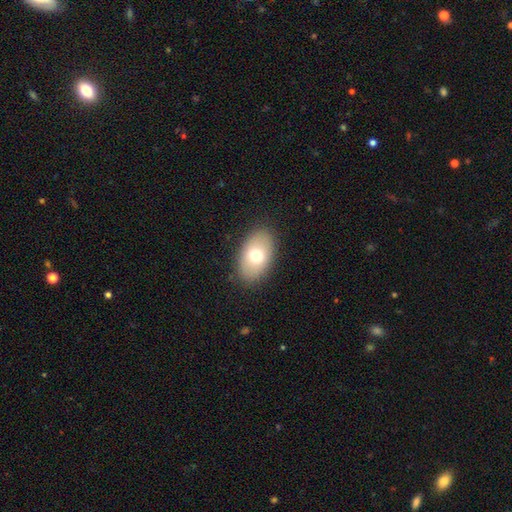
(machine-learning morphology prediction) Smooth or featured: smooth — 71% (featured or disk — 21%)
How rounded: in between — 90% (round — 9%)
Merging: none — 86% (minor disturbance — 10%)